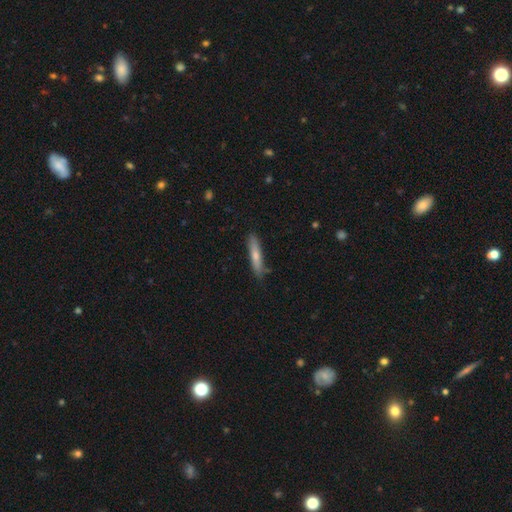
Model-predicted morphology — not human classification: Smooth or featured?
  - smooth: 67% *
  - featured or disk: 27%
  - star or artifact: 6%
How rounded?
  - cigar-shaped: 87% *
  - in between: 11%
  - round: 2%
Merging?
  - none: 81% *
  - minor disturbance: 15%
  - major disturbance: 2%
  - merger: 2%